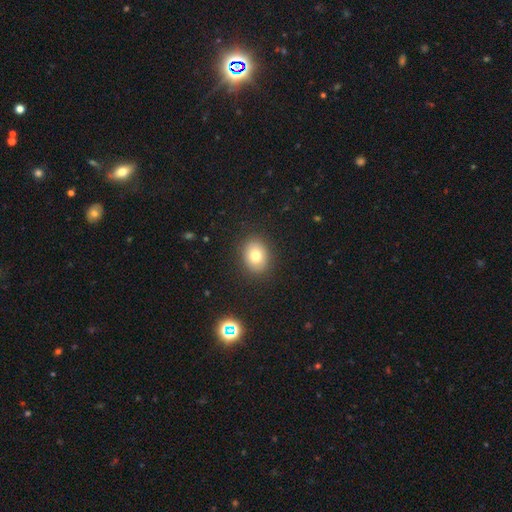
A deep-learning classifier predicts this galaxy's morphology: smooth_or_featured: smooth (p=0.76) [alt: featured or disk p=0.13]
how_rounded: in between (p=0.53) [alt: round p=0.47]
merging: none (p=0.88) [alt: minor disturbance p=0.08]